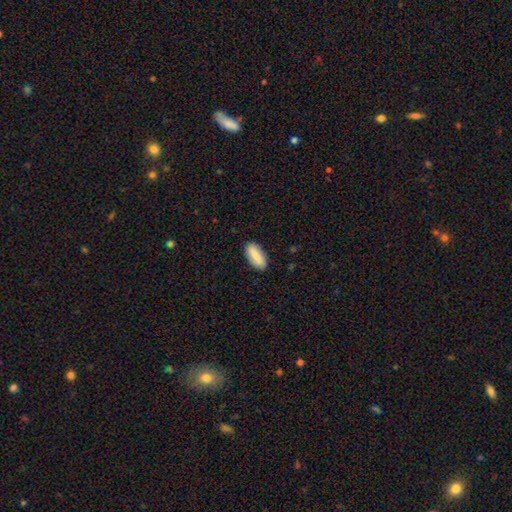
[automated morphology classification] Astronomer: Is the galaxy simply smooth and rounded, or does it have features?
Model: smooth — 84%.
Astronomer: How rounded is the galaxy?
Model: in between — 87%.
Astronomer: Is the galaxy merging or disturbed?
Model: none — 87%.